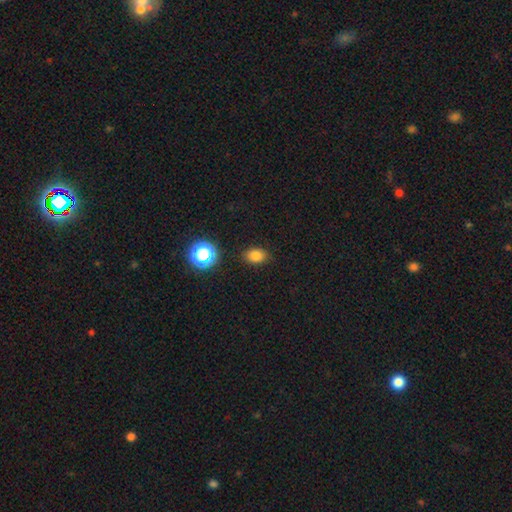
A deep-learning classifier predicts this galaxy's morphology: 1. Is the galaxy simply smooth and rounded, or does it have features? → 79% smooth, 15% star or artifact, 6% featured or disk.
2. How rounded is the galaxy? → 72% in between, 26% round, 1% cigar-shaped.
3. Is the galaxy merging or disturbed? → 86% none, 10% minor disturbance, 3% major disturbance, 2% merger.